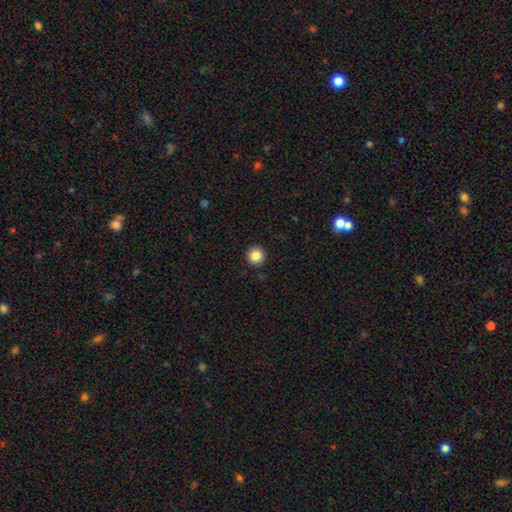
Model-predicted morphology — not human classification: smooth 85%, star or artifact 10%, featured or disk 5%. Down the decision tree: how rounded — round (96%); merging — none (93%).